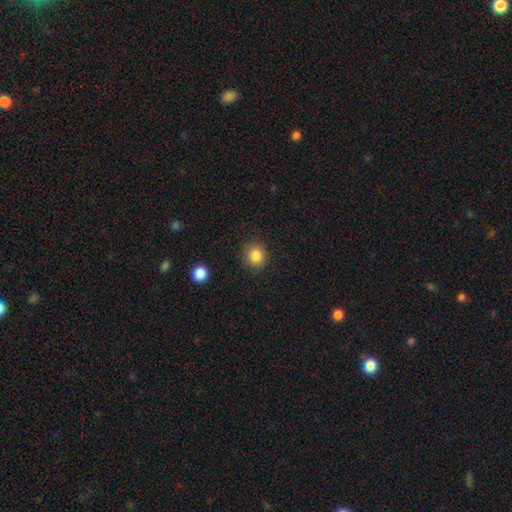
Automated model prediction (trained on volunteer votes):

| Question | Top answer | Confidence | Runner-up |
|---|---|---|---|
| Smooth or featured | smooth | 85% | star or artifact (10%) |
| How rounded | round | 84% | in between (15%) |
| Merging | none | 88% | minor disturbance (8%) |